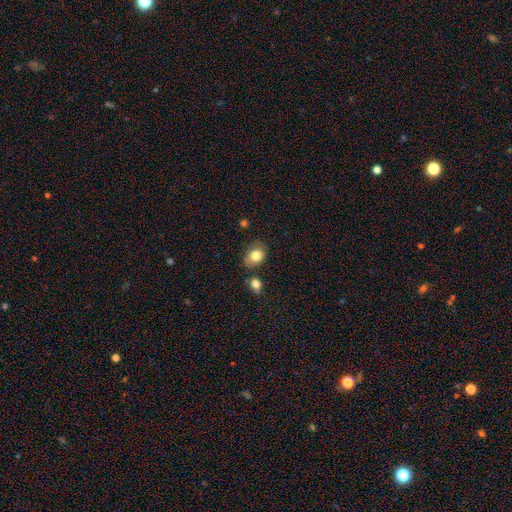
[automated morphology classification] Smooth or featured: smooth — 80% (featured or disk — 11%)
How rounded: in between — 70% (round — 29%)
Merging: none — 69% (minor disturbance — 19%)